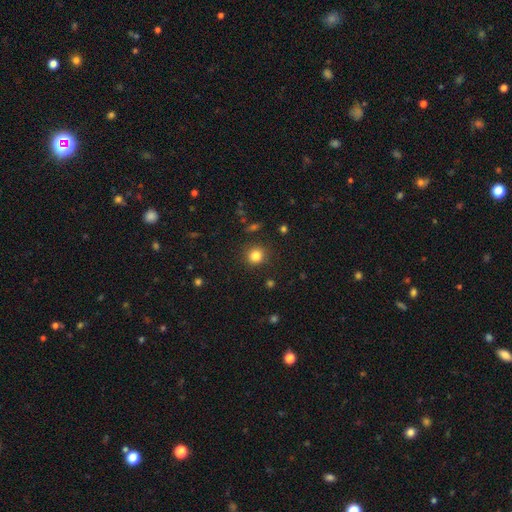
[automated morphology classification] This appears to be a smooth galaxy with no disk features (82%) that is round (91%). Merging: none (88%).